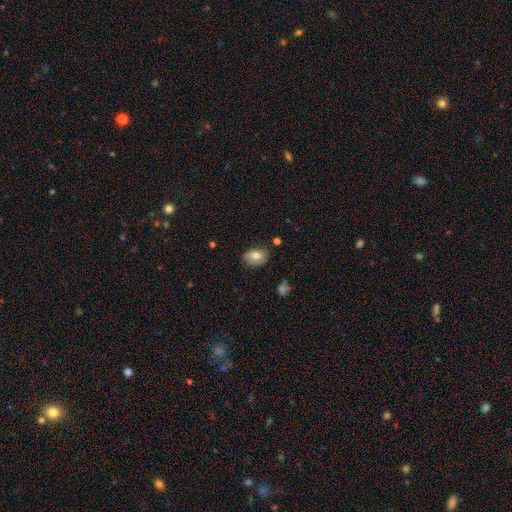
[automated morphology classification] type=smooth (71%); roundness=in between (80%); merging=none (66%).